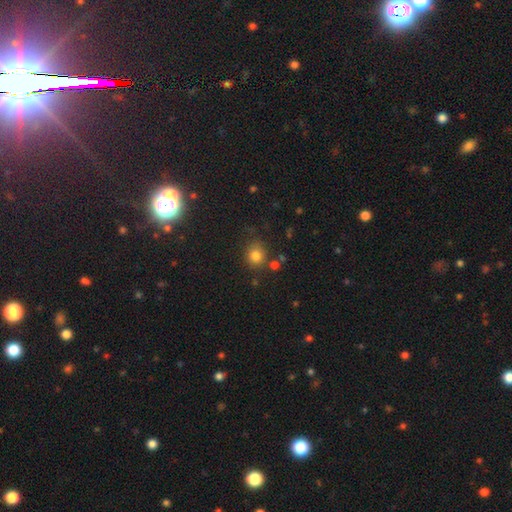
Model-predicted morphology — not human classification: This appears to be a smooth galaxy with no disk features (79%) that is round (81%). Merging: none (75%).